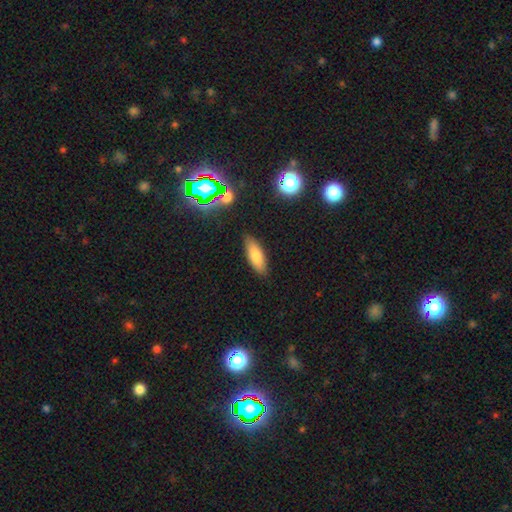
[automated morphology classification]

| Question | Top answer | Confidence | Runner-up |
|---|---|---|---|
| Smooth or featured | smooth | 77% | featured or disk (14%) |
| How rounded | in between | 66% | cigar-shaped (31%) |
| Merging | none | 86% | minor disturbance (11%) |